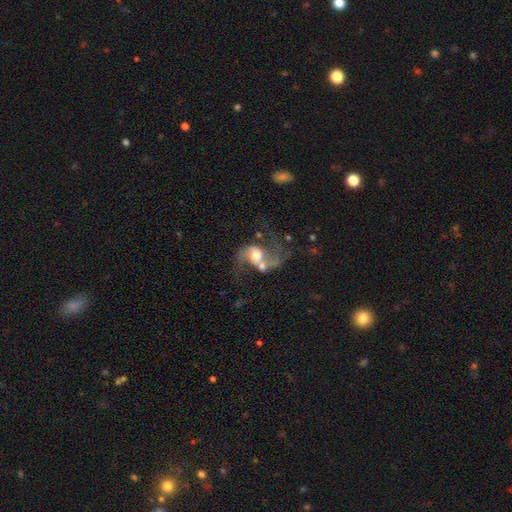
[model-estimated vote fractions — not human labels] Smooth or featured? Predicted: featured or disk (p=0.76). Edge-on disk? Predicted: no (p=0.97). Bar? Predicted: no (p=0.57). Spiral arms? Predicted: yes (p=0.87). Spiral winding? Predicted: loose (p=0.70). Spiral arm count? Predicted: 2 (p=0.84). Bulge size? Predicted: moderate (p=0.59). Merging? Predicted: merger (p=0.44).